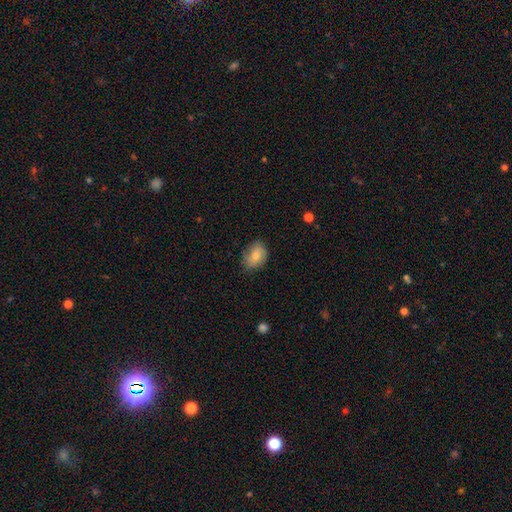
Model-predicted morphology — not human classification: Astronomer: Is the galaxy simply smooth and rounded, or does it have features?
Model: smooth — 80%.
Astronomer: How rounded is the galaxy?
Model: in between — 70%.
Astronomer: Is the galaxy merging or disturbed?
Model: none — 74%.